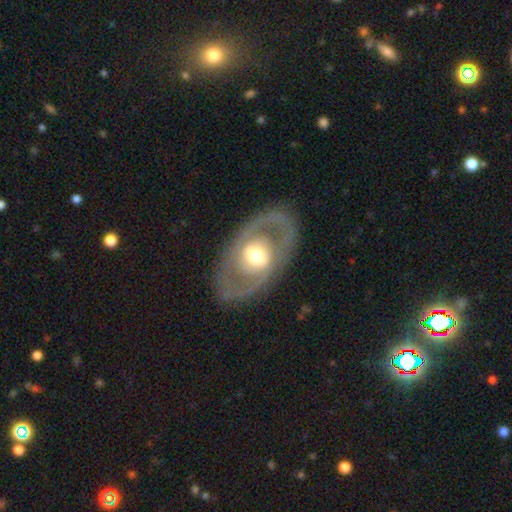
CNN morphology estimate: featured or disk 72%, smooth 23%, star or artifact 5%. Down the decision tree: edge-on disk — no (91%); bar — no (59%); spiral arms — no (60%); bulge size — moderate (61%); merging — none (81%).